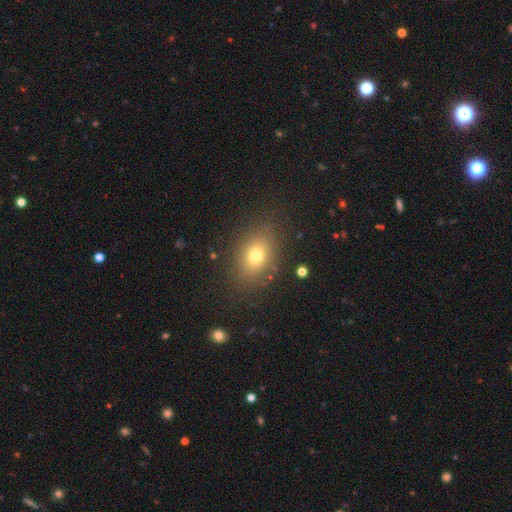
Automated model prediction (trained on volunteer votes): Smooth or featured? smooth (73%)
How rounded? in between (72%)
Merging? none (84%)